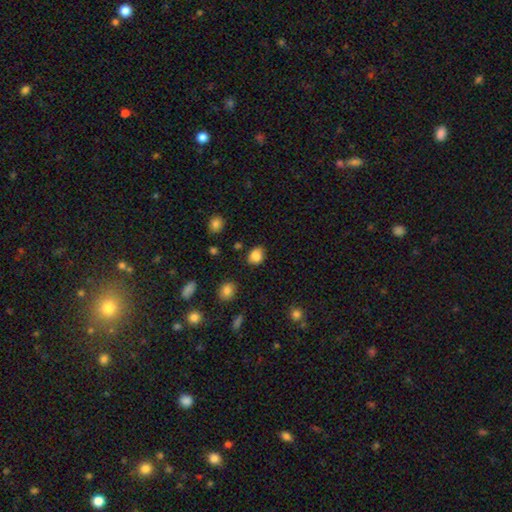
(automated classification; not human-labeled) smooth-or-featured: smooth: 85% | star or artifact: 10% | featured or disk: 5%
  how-rounded: in between: 54% | round: 45% | cigar-shaped: 1%
  merging: none: 77% | minor disturbance: 16% | major disturbance: 4% | merger: 3%